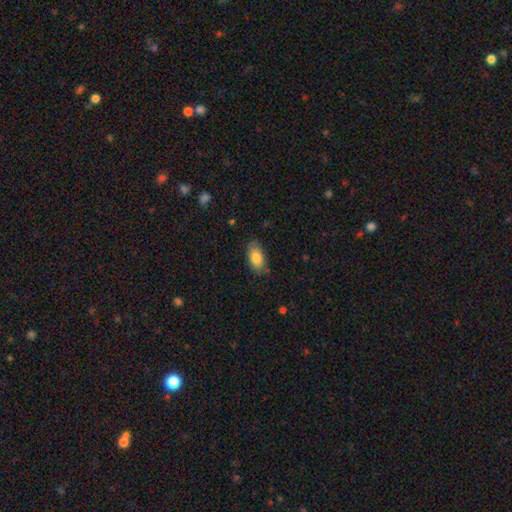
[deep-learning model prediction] This is clearly a smooth galaxy (83%). How rounded: clearly in between (92%). Merging: likely none (78%).